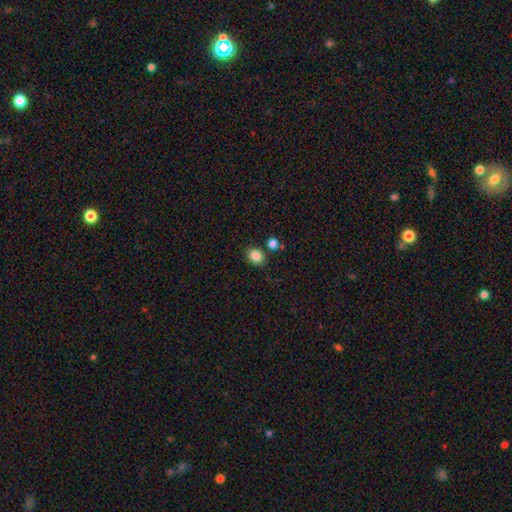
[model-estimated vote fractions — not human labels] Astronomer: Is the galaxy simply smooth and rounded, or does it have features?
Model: smooth — 85%.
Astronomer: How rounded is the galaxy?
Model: round — 53% (runner-up: in between, 46%).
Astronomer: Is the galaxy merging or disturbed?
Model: none — 79%.